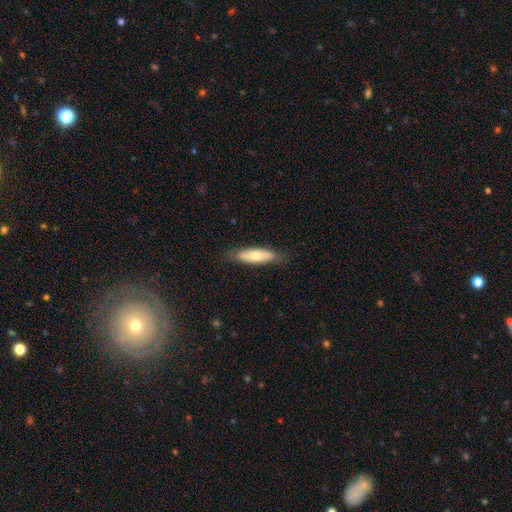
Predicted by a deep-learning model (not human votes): This appears to be a smooth galaxy with no disk features (66%) that is cigar-shaped (57%). Merging: none (81%).